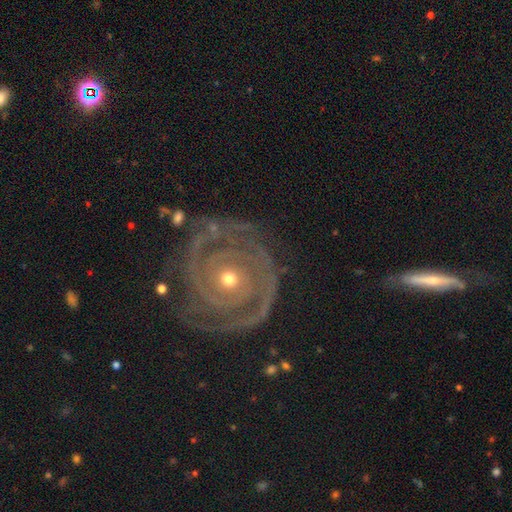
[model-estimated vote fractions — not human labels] Q: Smooth or featured?
A: featured or disk (89%); runner-up: star or artifact (7%)
Q: Edge-on disk?
A: no (96%); runner-up: yes (4%)
Q: Bar?
A: no (78%); runner-up: weak (15%)
Q: Spiral arms?
A: yes (96%); runner-up: no (4%)
Q: Spiral winding?
A: tight (79%); runner-up: medium (18%)
Q: Spiral arm count?
A: 2 (54%); runner-up: 3 (17%)
Q: Bulge size?
A: small (53%); runner-up: moderate (43%)
Q: Merging?
A: none (78%); runner-up: minor disturbance (14%)